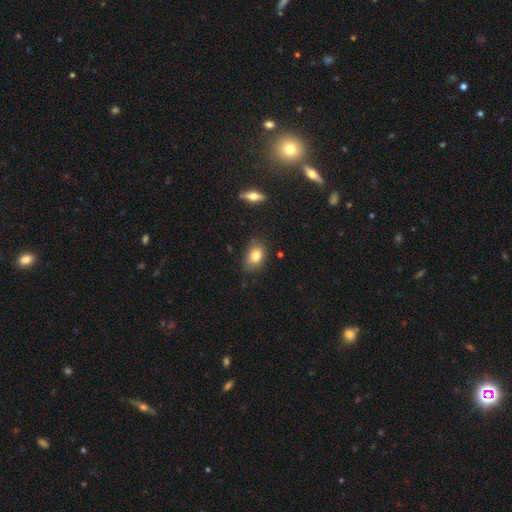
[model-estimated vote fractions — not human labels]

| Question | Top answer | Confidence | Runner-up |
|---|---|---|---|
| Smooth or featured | smooth | 81% | featured or disk (10%) |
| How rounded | in between | 75% | round (23%) |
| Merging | none | 77% | minor disturbance (18%) |